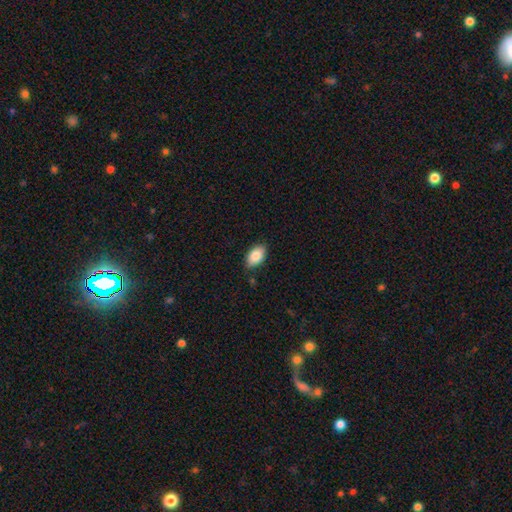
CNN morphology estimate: A smooth galaxy with no disk features (85%) that is in between round and cigar-shaped (93%).

Vote fractions:
- Smooth or featured? smooth: 85% / featured or disk: 8% / star or artifact: 7%
- How rounded? in between: 93% / round: 5% / cigar-shaped: 2%
- Merging? none: 84% / minor disturbance: 12% / major disturbance: 2% / merger: 2%